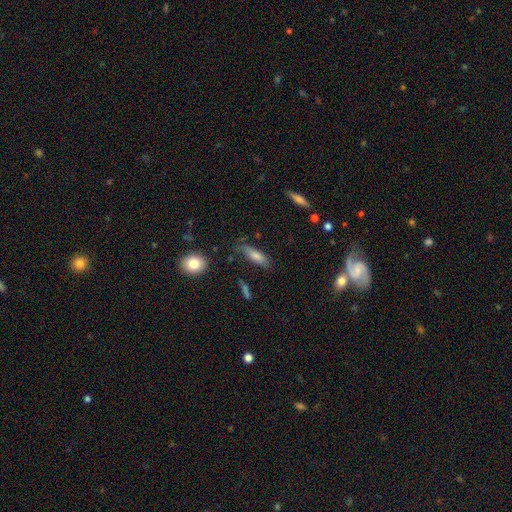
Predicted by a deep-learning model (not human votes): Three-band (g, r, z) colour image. It shows a smooth galaxy with no disk features (69%) that is cigar-shaped (49%). Merging: none (67%).